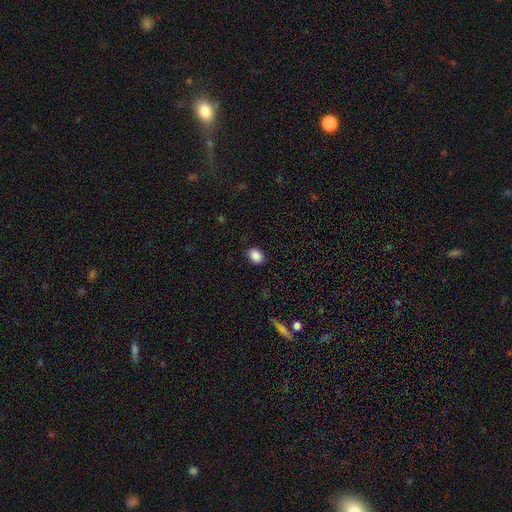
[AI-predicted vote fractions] smooth-or-featured: smooth: 89% | star or artifact: 9% | featured or disk: 3%
  how-rounded: in between: 69% | round: 30% | cigar-shaped: 1%
  merging: none: 88% | minor disturbance: 9% | major disturbance: 2% | merger: 1%